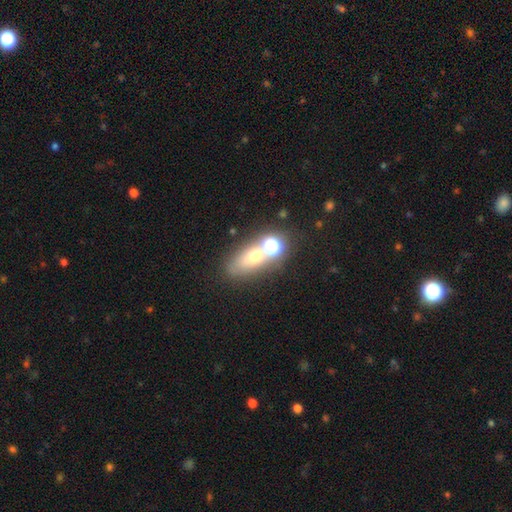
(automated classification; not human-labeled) The model was most divided on "how rounded": in between: 56%, round: 33%, cigar-shaped: 11%. More confident: smooth or featured — smooth (54%); merging — none (53%).